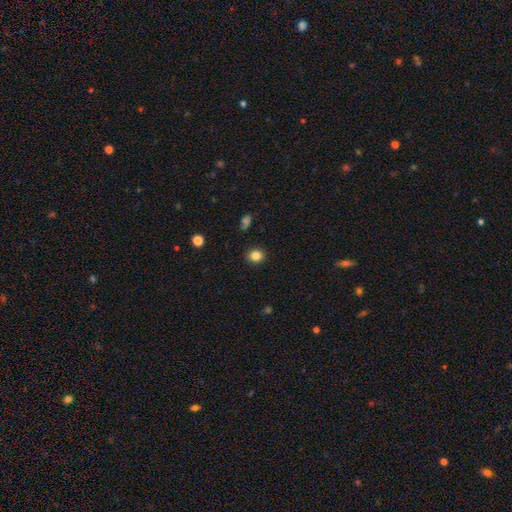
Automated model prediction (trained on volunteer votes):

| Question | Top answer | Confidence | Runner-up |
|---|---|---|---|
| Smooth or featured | smooth | 85% | star or artifact (11%) |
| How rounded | round | 79% | in between (20%) |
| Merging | none | 90% | minor disturbance (7%) |